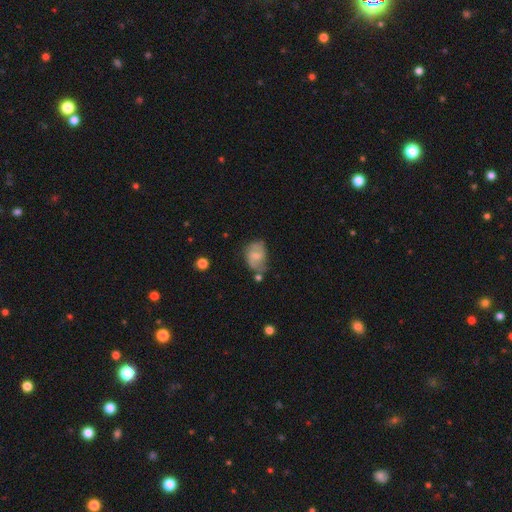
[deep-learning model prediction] This appears to be a featured or disk galaxy (54%) with a weak bar (47%), spiral arms (81%) and a small central bulge (51%). Merging: none (52%).